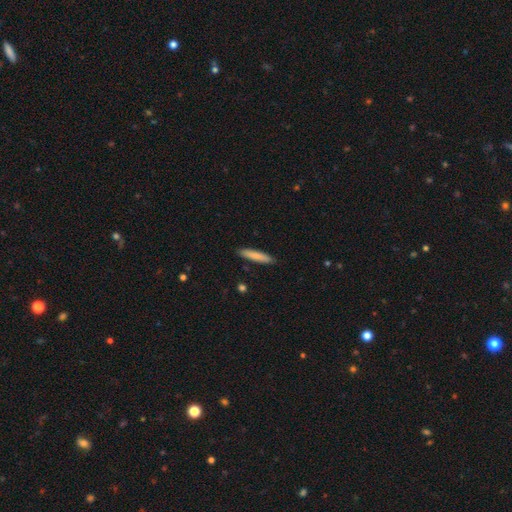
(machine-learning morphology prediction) Smooth or featured? smooth (81%)
How rounded? cigar-shaped (89%)
Merging? none (90%)